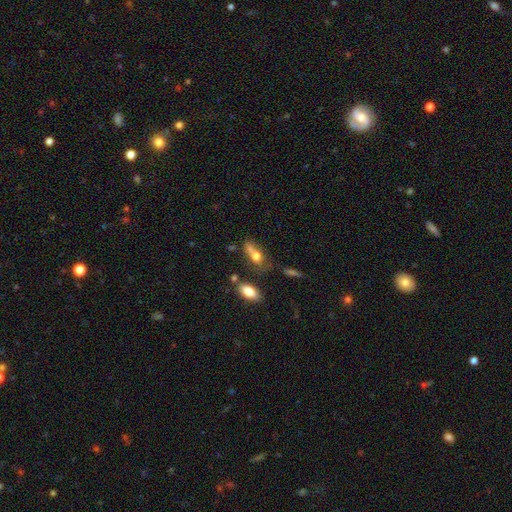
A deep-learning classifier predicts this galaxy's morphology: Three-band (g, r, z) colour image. It shows a smooth galaxy with no disk features (69%) that is in between round and cigar-shaped (65%). Merging: merger (38%).